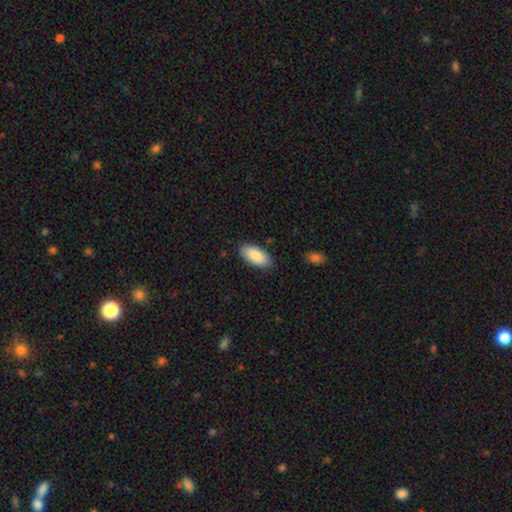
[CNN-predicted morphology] The model was most divided on "merging": none: 86%, minor disturbance: 10%, major disturbance: 2%, merger: 1%. More confident: how rounded — in between (91%); smooth or featured — smooth (88%).